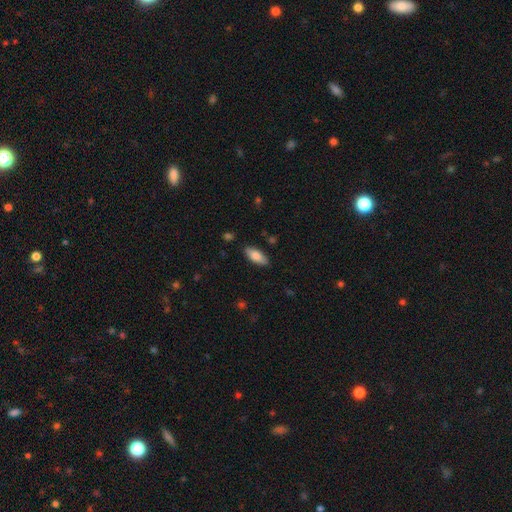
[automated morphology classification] Smooth or featured? Predicted: smooth (p=0.81). How rounded? Predicted: in between (p=0.83). Merging? Predicted: none (p=0.86).